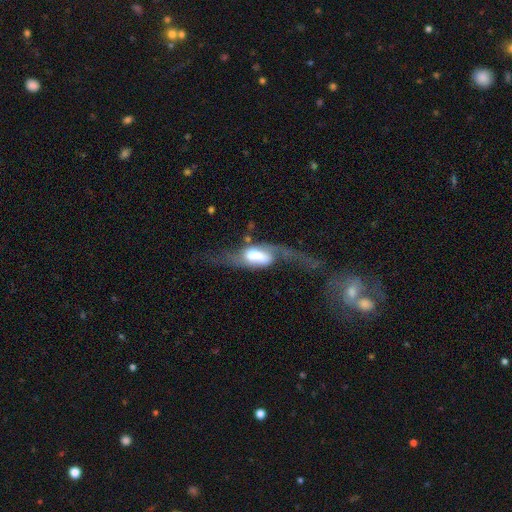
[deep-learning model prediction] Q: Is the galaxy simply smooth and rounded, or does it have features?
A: featured or disk — 60%.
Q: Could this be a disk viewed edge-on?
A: no — 82%.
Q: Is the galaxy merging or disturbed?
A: major disturbance — 49%.